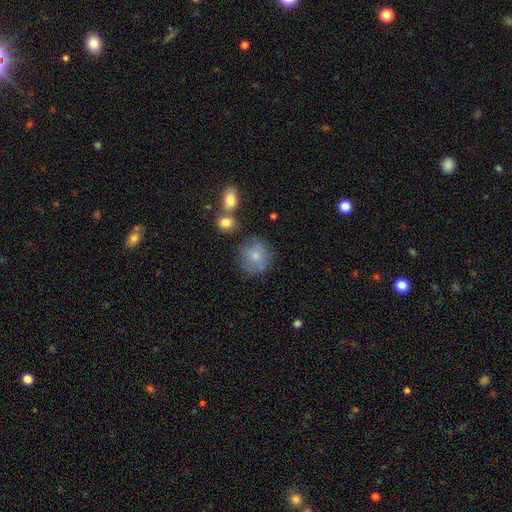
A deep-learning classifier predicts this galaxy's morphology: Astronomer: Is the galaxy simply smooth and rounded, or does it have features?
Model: smooth — 75%.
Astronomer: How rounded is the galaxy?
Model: round — 87%.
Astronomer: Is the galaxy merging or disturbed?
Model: none — 68%.